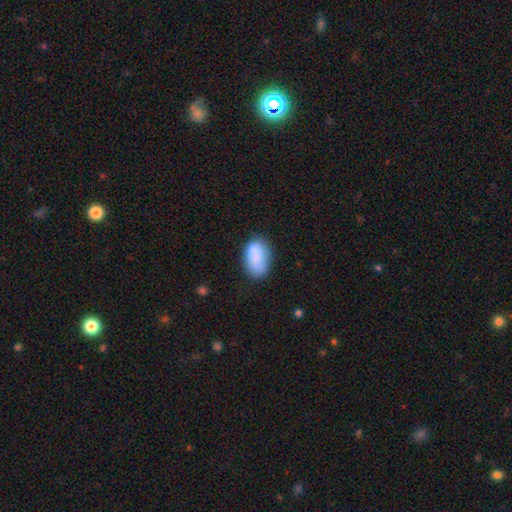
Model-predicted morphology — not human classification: Smooth or featured? smooth (82%)
How rounded? in between (91%)
Merging? none (61%)